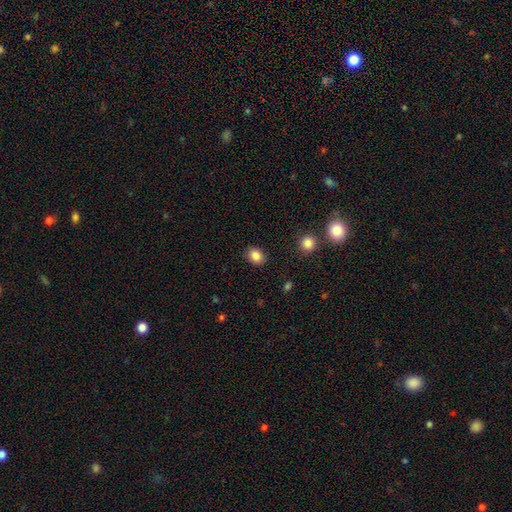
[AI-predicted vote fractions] Morphology: type=smooth (86%); roundness=in between (58%); merging=none (87%).